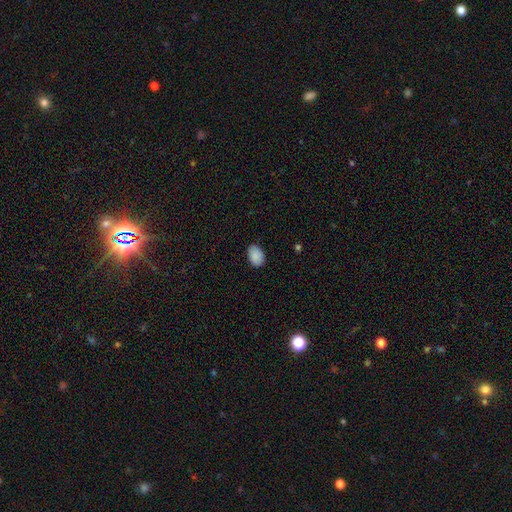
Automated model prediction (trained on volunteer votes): Smooth or featured? Predicted: smooth (p=0.89). How rounded? Predicted: in between (p=0.87). Merging? Predicted: none (p=0.85).